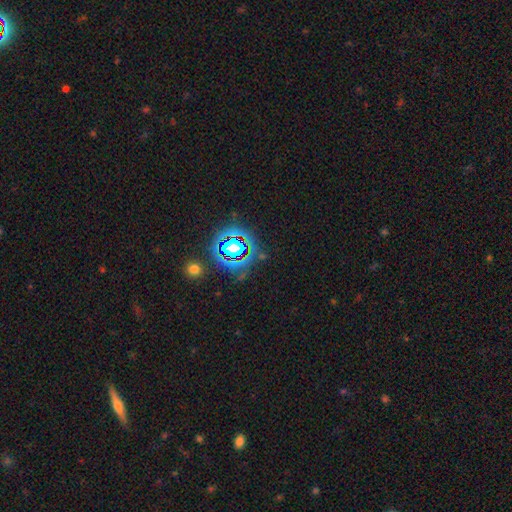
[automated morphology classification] Smooth or featured? star or artifact (82%)